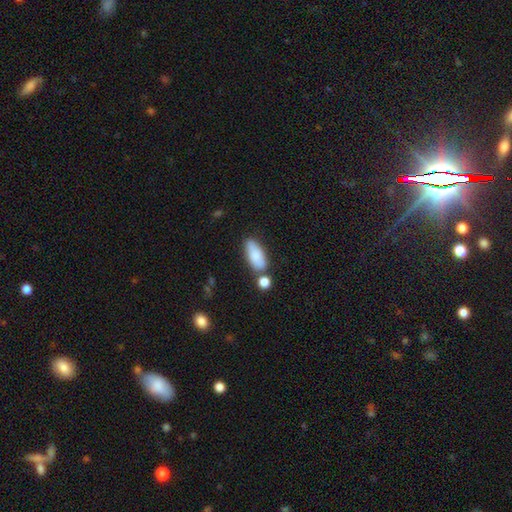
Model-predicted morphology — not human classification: Smooth or featured?
  - smooth: 83% *
  - featured or disk: 10%
  - star or artifact: 7%
How rounded?
  - in between: 79% *
  - cigar-shaped: 18%
  - round: 3%
Merging?
  - none: 64% *
  - minor disturbance: 17%
  - merger: 15%
  - major disturbance: 5%